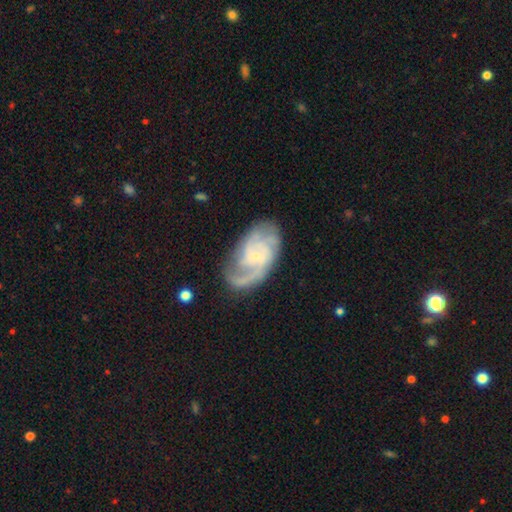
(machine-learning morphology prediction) Q: Smooth or featured?
A: featured or disk (87%); runner-up: smooth (8%)
Q: Edge-on disk?
A: no (97%); runner-up: yes (3%)
Q: Bar?
A: no (56%); runner-up: weak (37%)
Q: Spiral arms?
A: yes (97%); runner-up: no (3%)
Q: Spiral winding?
A: medium (45%); runner-up: tight (42%)
Q: Spiral arm count?
A: 2 (36%); runner-up: 3 (26%)
Q: Bulge size?
A: small (79%); runner-up: moderate (14%)
Q: Merging?
A: none (69%); runner-up: minor disturbance (19%)